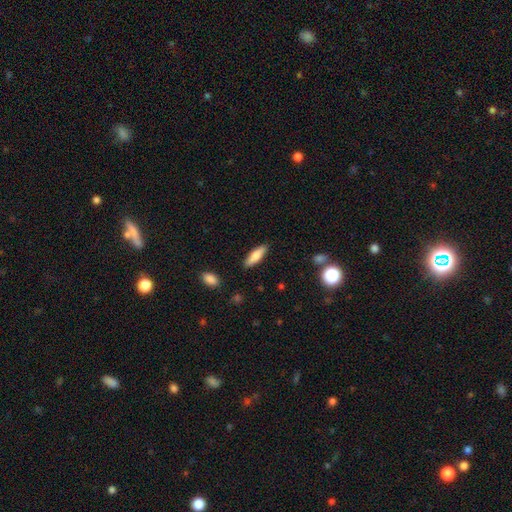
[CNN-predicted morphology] Smooth or featured? smooth (76%)
How rounded? cigar-shaped (56%)
Merging? none (87%)